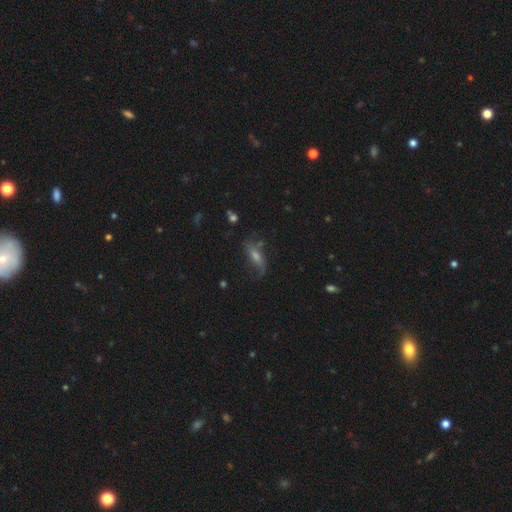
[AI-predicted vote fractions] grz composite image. It shows a featured or disk galaxy (51%). Merging: none (59%).